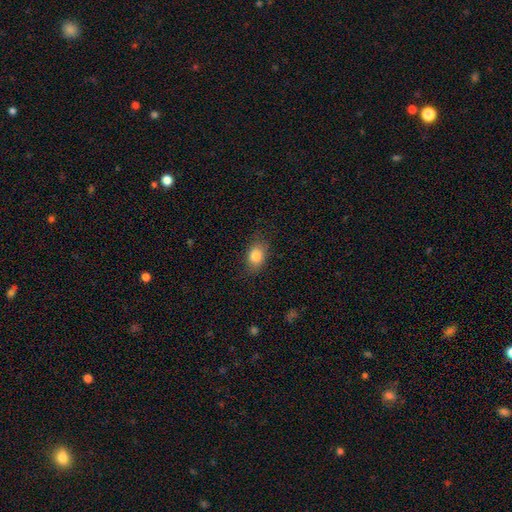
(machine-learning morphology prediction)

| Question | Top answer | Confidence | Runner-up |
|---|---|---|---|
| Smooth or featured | smooth | 83% | star or artifact (9%) |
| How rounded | in between | 73% | round (26%) |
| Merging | none | 78% | minor disturbance (16%) |